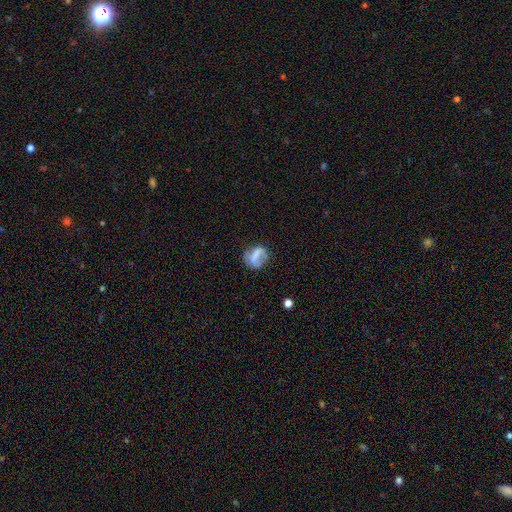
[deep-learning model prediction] Smooth or featured?
  - smooth: 54% *
  - featured or disk: 36%
  - star or artifact: 10%
How rounded?
  - round: 60% *
  - in between: 37%
  - cigar-shaped: 3%
Merging?
  - none: 56% *
  - minor disturbance: 24%
  - major disturbance: 16%
  - merger: 3%